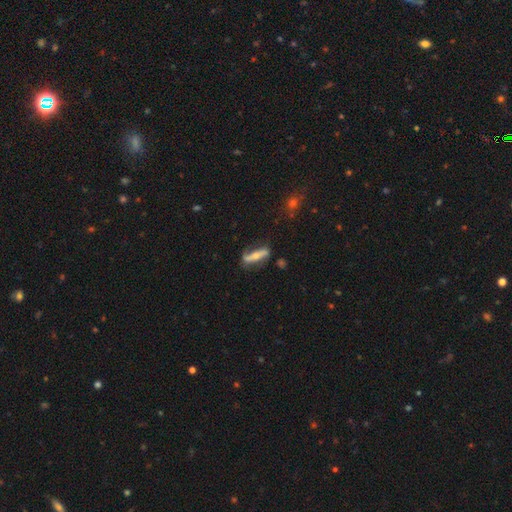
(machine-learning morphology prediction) Overall: featured or disk (62%; smooth 31%). Edge-on disk: yes (54%; no 46%). Merging: none (66%).